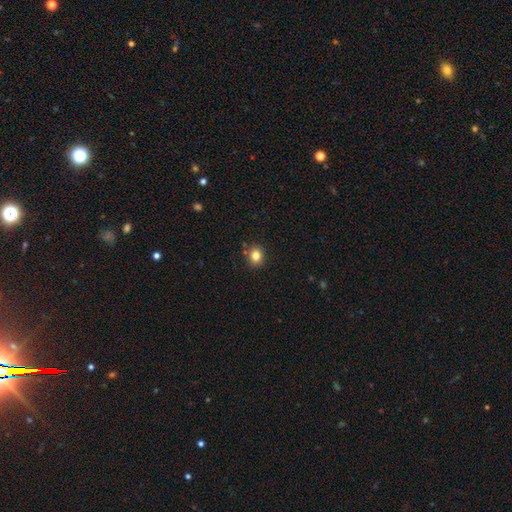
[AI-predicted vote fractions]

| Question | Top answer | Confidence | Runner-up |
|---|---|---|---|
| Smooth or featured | smooth | 82% | star or artifact (11%) |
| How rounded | round | 70% | in between (30%) |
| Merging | none | 84% | minor disturbance (10%) |